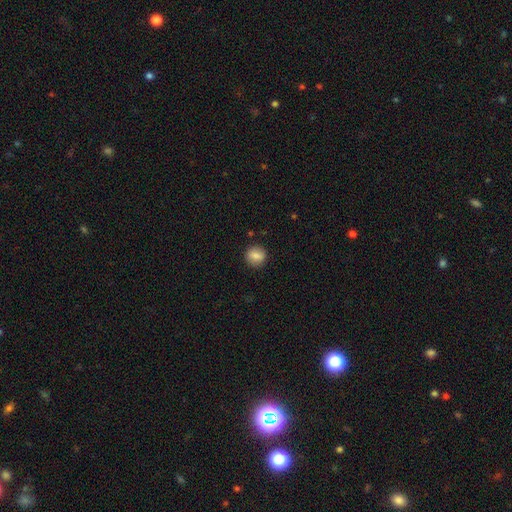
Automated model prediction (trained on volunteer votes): Smooth or featured?
  - smooth: 82% *
  - featured or disk: 9%
  - star or artifact: 9%
How rounded?
  - round: 86% *
  - in between: 13%
  - cigar-shaped: 1%
Merging?
  - none: 89% *
  - minor disturbance: 8%
  - major disturbance: 2%
  - merger: 1%